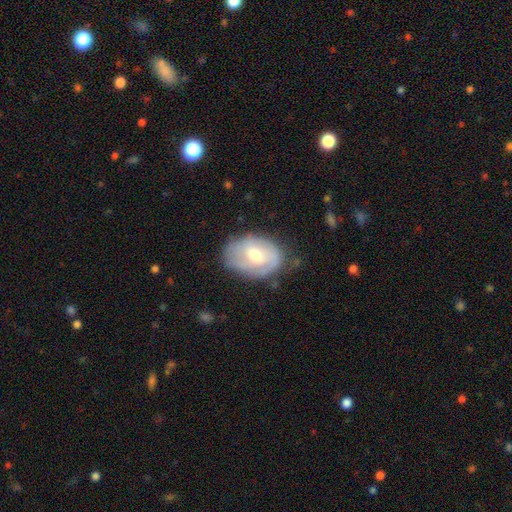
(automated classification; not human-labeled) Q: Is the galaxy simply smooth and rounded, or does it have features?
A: featured or disk — 57%.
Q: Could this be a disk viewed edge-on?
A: no — 95%.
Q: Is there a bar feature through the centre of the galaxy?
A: no — 53%.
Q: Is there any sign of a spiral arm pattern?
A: yes — 69%.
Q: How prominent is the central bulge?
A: moderate — 65%.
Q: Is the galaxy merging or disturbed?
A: none — 64%.